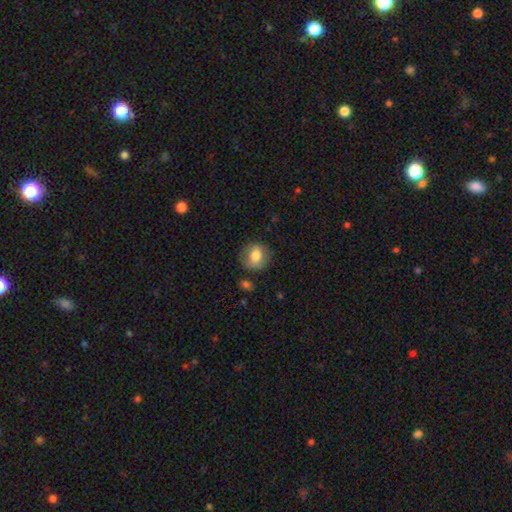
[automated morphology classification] Smooth or featured? Predicted: smooth (p=0.75). How rounded? Predicted: round (p=0.71). Merging? Predicted: none (p=0.76).